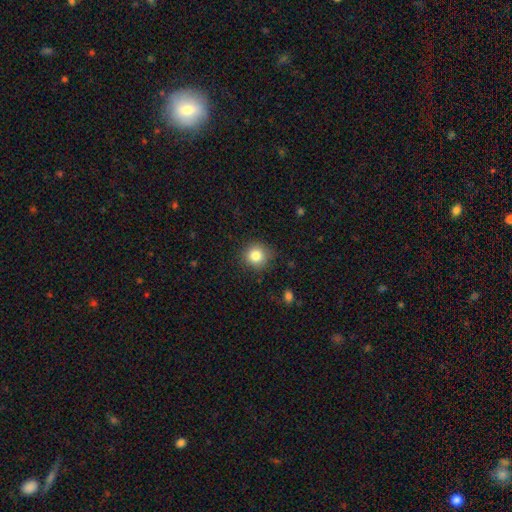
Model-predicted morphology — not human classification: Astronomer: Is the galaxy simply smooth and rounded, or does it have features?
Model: smooth — 82%.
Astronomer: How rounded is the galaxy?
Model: round — 91%.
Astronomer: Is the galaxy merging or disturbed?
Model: none — 87%.